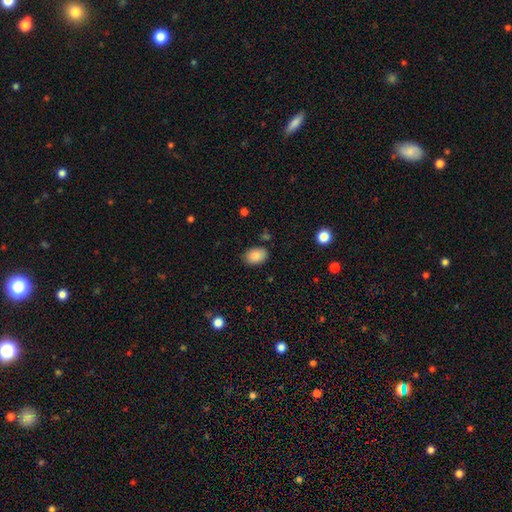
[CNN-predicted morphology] The model was most divided on "how rounded": in between: 82%, round: 17%, cigar-shaped: 1%. More confident: smooth or featured — smooth (87%); merging — none (84%).